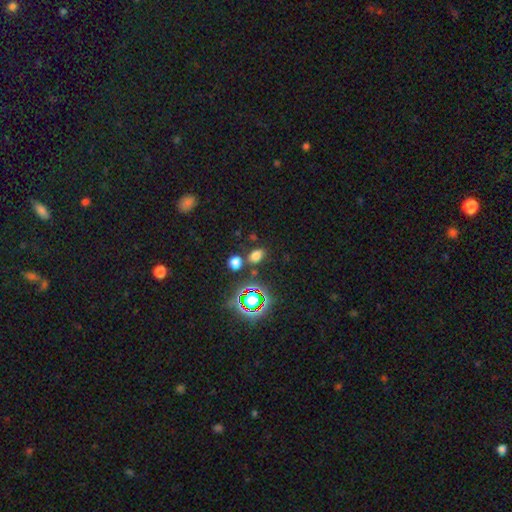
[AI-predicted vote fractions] Smooth or featured?
  - smooth: 69% *
  - star or artifact: 25%
  - featured or disk: 6%
How rounded?
  - in between: 78% *
  - round: 20%
  - cigar-shaped: 2%
Merging?
  - none: 76% *
  - minor disturbance: 10%
  - merger: 10%
  - major disturbance: 4%